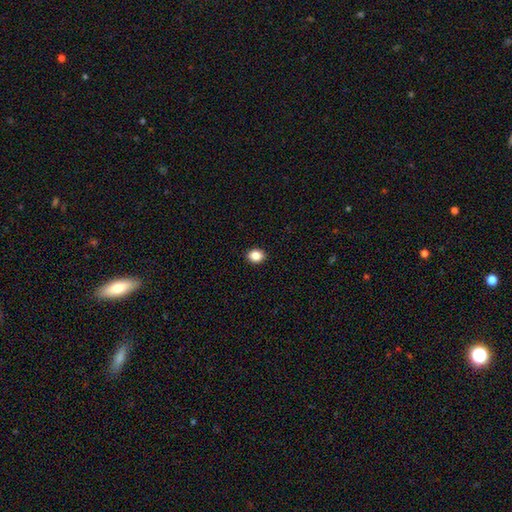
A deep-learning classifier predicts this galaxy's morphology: Smooth or featured? Predicted: smooth (p=0.87). How rounded? Predicted: round (p=0.56). Merging? Predicted: none (p=0.91).